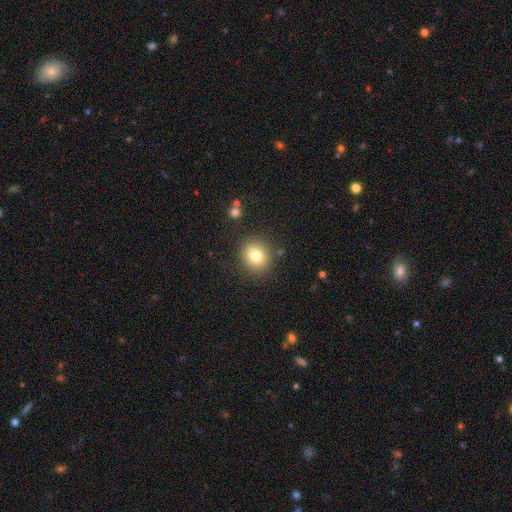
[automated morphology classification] Smooth or featured?
  - smooth: 78% *
  - star or artifact: 12%
  - featured or disk: 10%
How rounded?
  - round: 82% *
  - in between: 18%
  - cigar-shaped: 1%
Merging?
  - none: 86% *
  - minor disturbance: 9%
  - major disturbance: 3%
  - merger: 2%